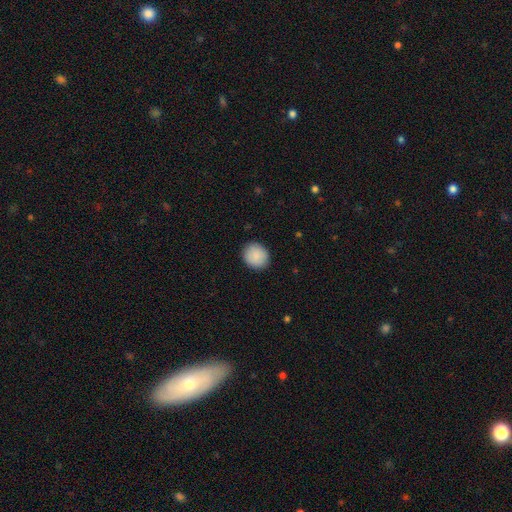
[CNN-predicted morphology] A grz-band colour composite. It shows a smooth galaxy with no disk features (90%) that is round (80%). Merging: none (89%).